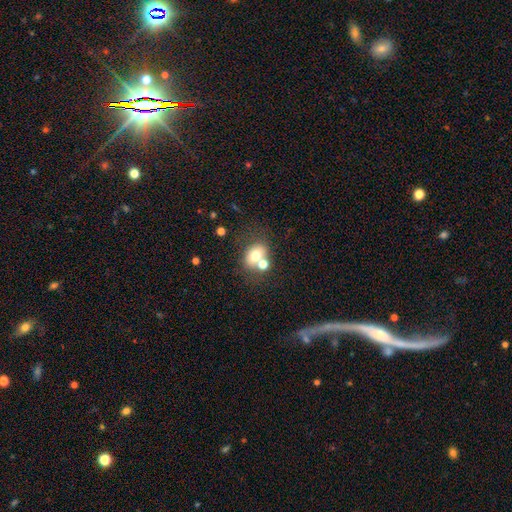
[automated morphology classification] This appears to be a smooth galaxy with no disk features (69%) that is in between round and cigar-shaped (54%). Merging: none (48%).